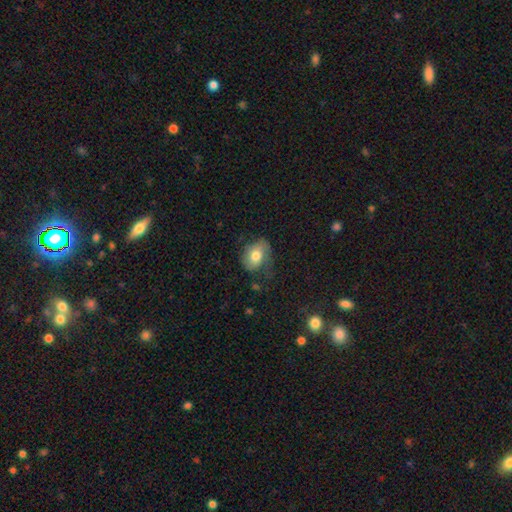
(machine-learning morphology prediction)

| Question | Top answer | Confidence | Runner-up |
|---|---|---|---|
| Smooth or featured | smooth | 64% | featured or disk (29%) |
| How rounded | in between | 69% | round (30%) |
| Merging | none | 47% | minor disturbance (31%) |